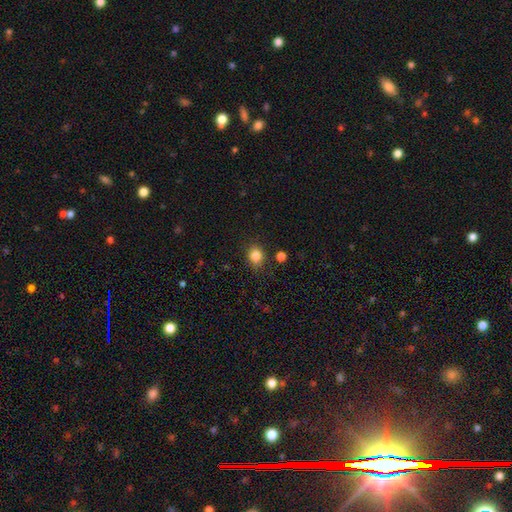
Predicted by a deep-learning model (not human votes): Morphology: type=smooth (83%); roundness=round (61%); merging=none (83%).